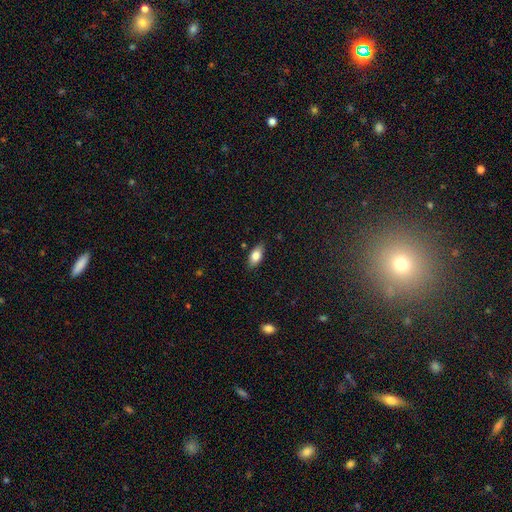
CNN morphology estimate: This is clearly a smooth galaxy (80%). How rounded: clearly in between (88%). Merging: clearly none (84%).